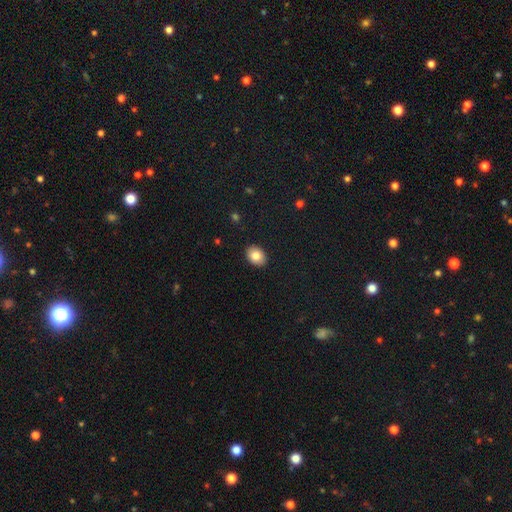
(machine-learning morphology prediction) smooth-or-featured: smooth: 83% | featured or disk: 9% | star or artifact: 8%
  how-rounded: in between: 70% | round: 29% | cigar-shaped: 1%
  merging: none: 90% | minor disturbance: 7% | major disturbance: 2% | merger: 1%